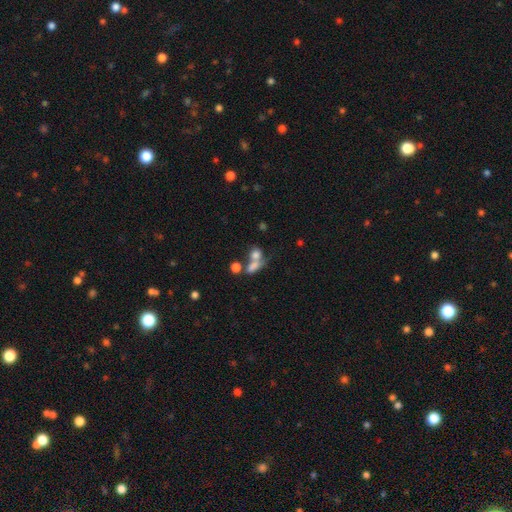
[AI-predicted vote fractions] Smooth or featured: smooth — 72% (featured or disk — 14%)
How rounded: round — 48% (in between — 47%)
Merging: merger — 52% (none — 30%)